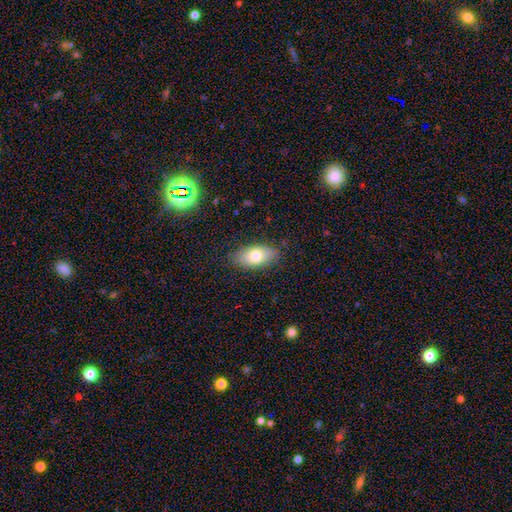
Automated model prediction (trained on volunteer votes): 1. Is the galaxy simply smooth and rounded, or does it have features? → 76% smooth, 17% featured or disk, 7% star or artifact.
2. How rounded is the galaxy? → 89% in between, 7% cigar-shaped, 4% round.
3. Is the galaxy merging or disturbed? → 83% none, 13% minor disturbance, 3% major disturbance, 1% merger.